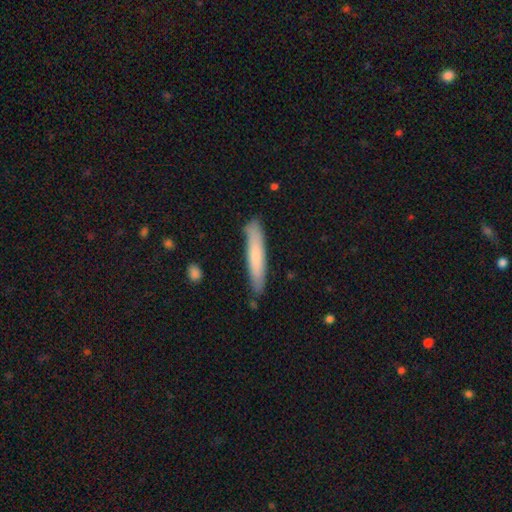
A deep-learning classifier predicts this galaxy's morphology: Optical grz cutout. It shows a smooth galaxy with no disk features (71%) that is cigar-shaped (92%). Merging: none (84%).